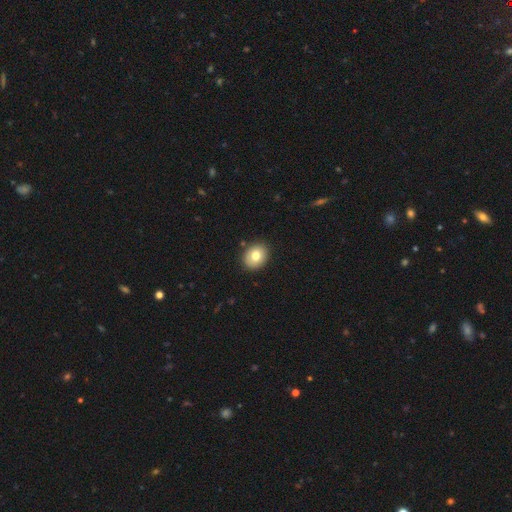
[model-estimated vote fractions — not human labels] A smooth galaxy with no disk features (76%) that is round (55%). Merging: none (89%).